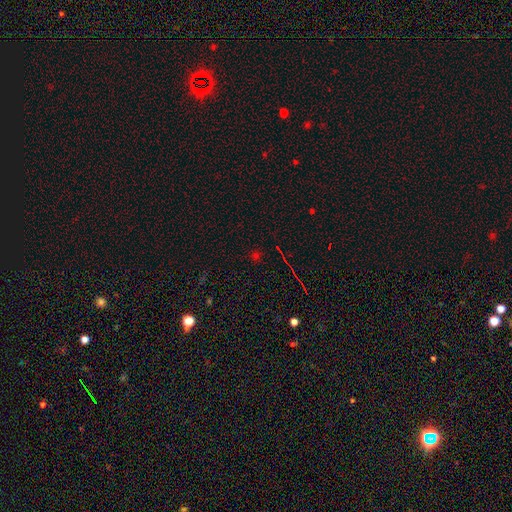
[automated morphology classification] smooth_or_featured: star or artifact (p=0.60) [alt: smooth p=0.31]